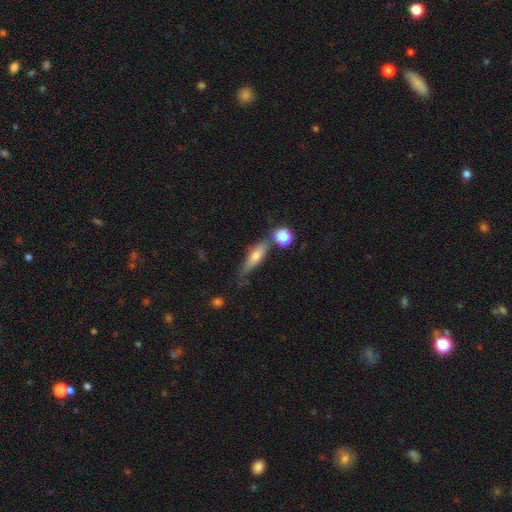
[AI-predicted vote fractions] A smooth galaxy with no disk features (54%) that is cigar-shaped (59%). Merging: none (57%).